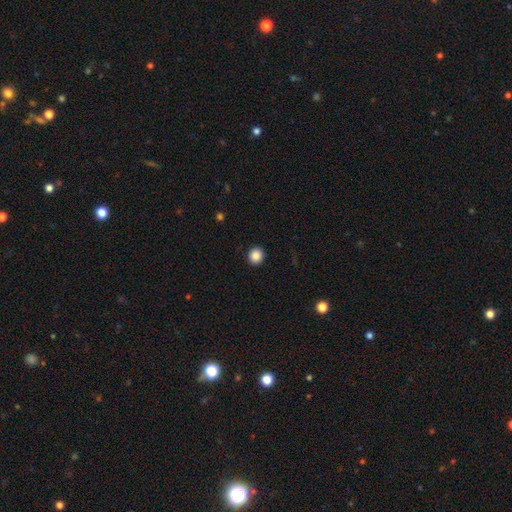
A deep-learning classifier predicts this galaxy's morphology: This is clearly a smooth galaxy (87%). How rounded: clearly round (90%). Merging: clearly none (93%).